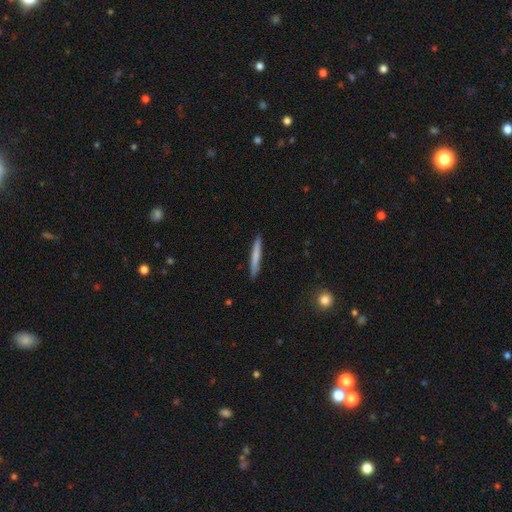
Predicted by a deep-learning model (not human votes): This is likely a smooth galaxy (70%). How rounded: clearly cigar-shaped (96%). Merging: clearly none (91%).